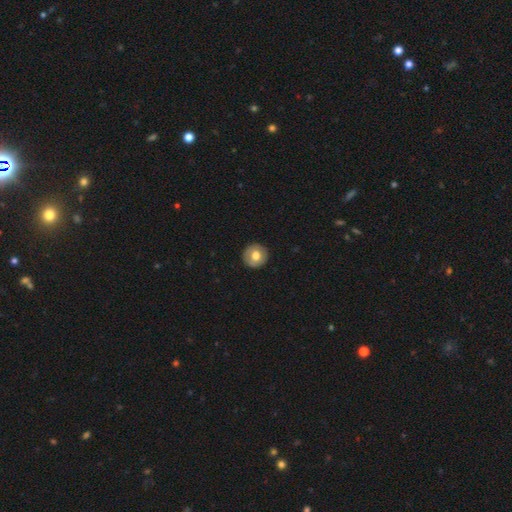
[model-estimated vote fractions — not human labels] Smooth or featured? Predicted: smooth (p=0.68). How rounded? Predicted: round (p=0.93). Merging? Predicted: none (p=0.90).